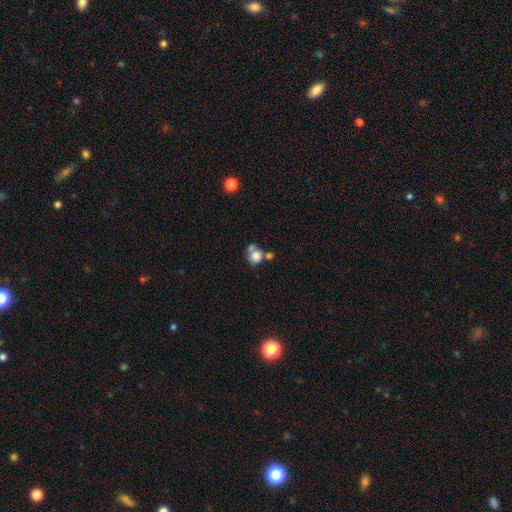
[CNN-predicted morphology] This appears to be a smooth galaxy with no disk features (79%) that is round (76%). Merging: merger (39%).